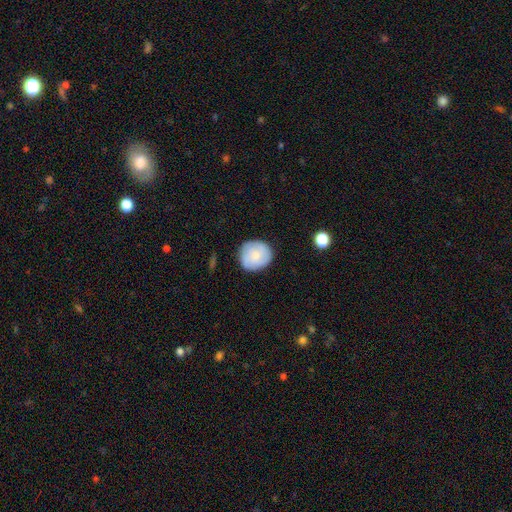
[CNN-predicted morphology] A smooth galaxy with no disk features (74%) that is round (89%).

Vote fractions:
- Smooth or featured? smooth: 74% / featured or disk: 19% / star or artifact: 7%
- How rounded? round: 89% / in between: 11% / cigar-shaped: 1%
- Merging? none: 84% / minor disturbance: 12% / major disturbance: 3% / merger: 1%